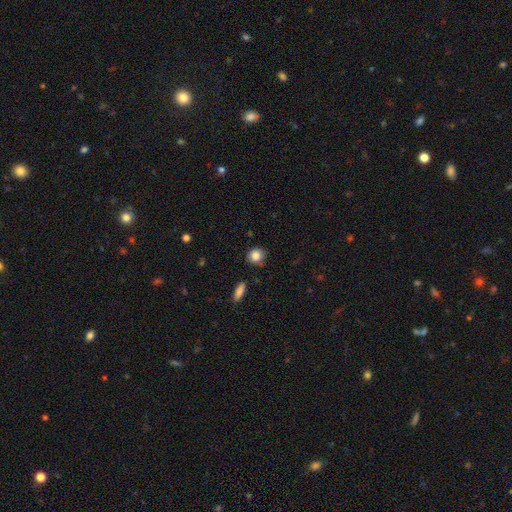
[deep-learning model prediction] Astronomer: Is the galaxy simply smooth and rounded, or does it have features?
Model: smooth — 84%.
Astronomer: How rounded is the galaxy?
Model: round — 82%.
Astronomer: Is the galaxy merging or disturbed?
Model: none — 82%.